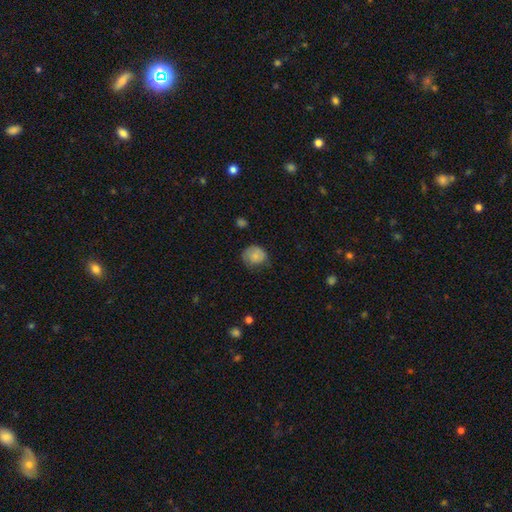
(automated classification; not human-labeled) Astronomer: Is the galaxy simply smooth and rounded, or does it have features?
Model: smooth — 76%.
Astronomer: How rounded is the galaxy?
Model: round — 69%.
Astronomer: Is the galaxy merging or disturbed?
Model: none — 55% (runner-up: minor disturbance, 34%).